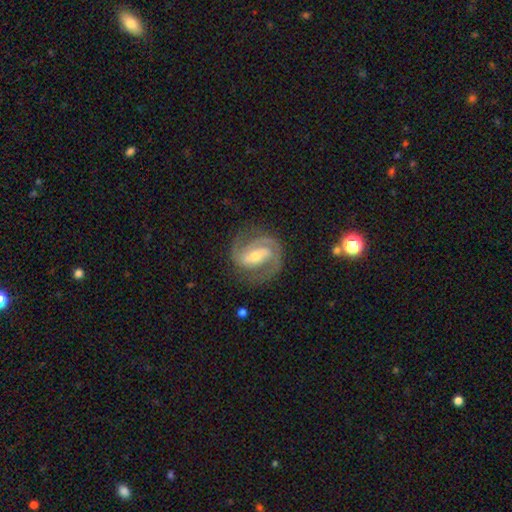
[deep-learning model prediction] A featured or disk galaxy (89%) with a strong bar (45%), 2 (71%) medium (48%) spiral arms (97%) and a moderate central bulge (48%). Merging: none (76%).